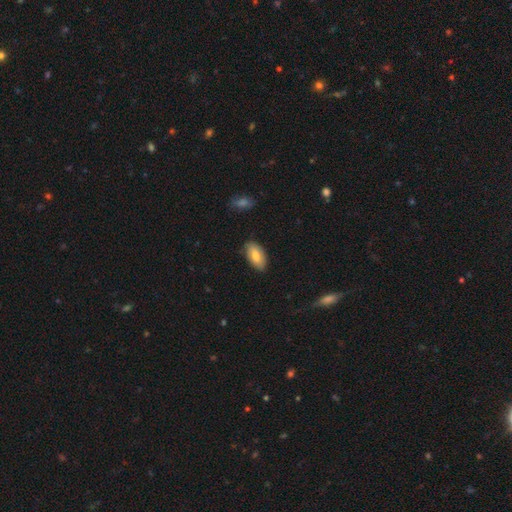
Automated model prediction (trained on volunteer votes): A smooth galaxy with no disk features (78%) that is in between round and cigar-shaped (94%). Merging: none (80%).